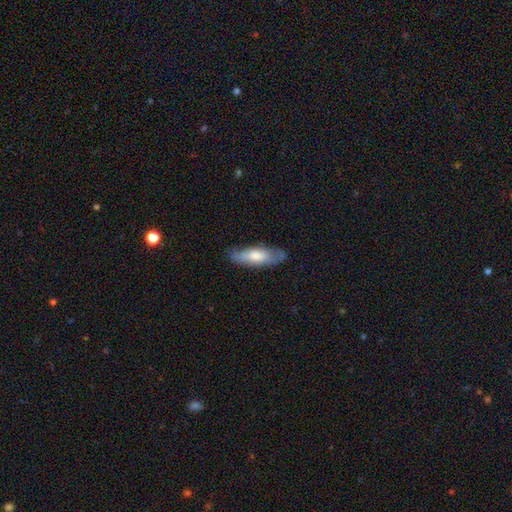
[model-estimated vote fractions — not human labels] A smooth galaxy with no disk features (57%) that is in between round and cigar-shaped (53%).

Vote fractions:
- Smooth or featured? smooth: 57% / featured or disk: 37% / star or artifact: 6%
- How rounded? in between: 53% / cigar-shaped: 45% / round: 2%
- Merging? none: 77% / minor disturbance: 18% / major disturbance: 4% / merger: 1%